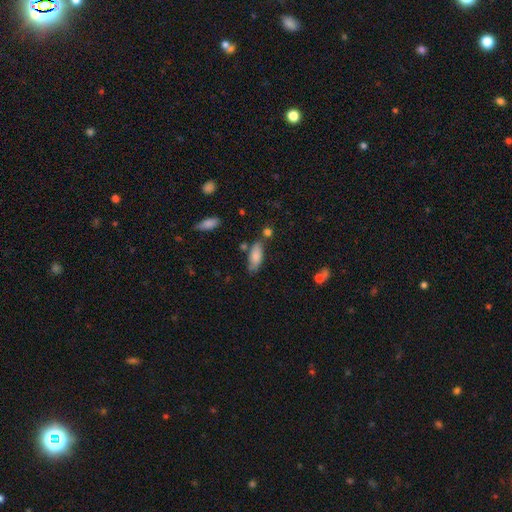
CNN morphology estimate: Q: Smooth or featured?
A: smooth (78%); runner-up: featured or disk (15%)
Q: How rounded?
A: in between (75%); runner-up: cigar-shaped (23%)
Q: Merging?
A: none (64%); runner-up: minor disturbance (21%)